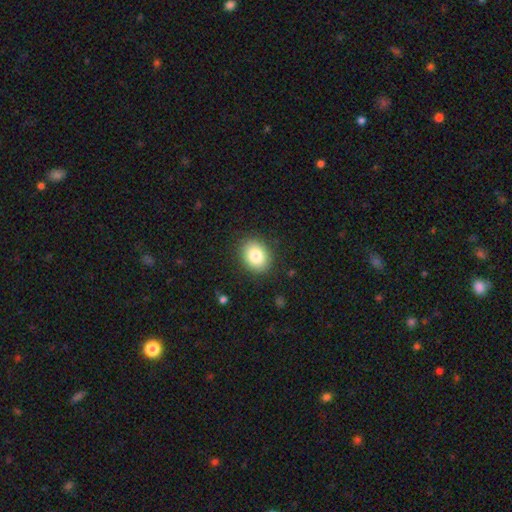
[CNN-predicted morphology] Q: Smooth or featured?
A: smooth (82%); runner-up: featured or disk (9%)
Q: How rounded?
A: in between (55%); runner-up: round (45%)
Q: Merging?
A: none (88%); runner-up: minor disturbance (9%)